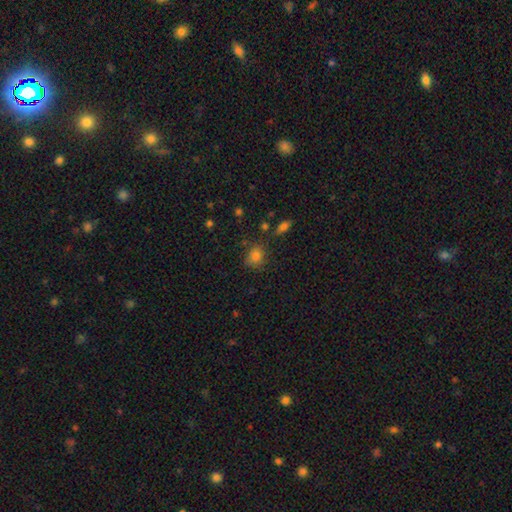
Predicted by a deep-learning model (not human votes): Q: Smooth or featured?
A: smooth (79%); runner-up: star or artifact (13%)
Q: How rounded?
A: round (65%); runner-up: in between (34%)
Q: Merging?
A: none (72%); runner-up: minor disturbance (18%)